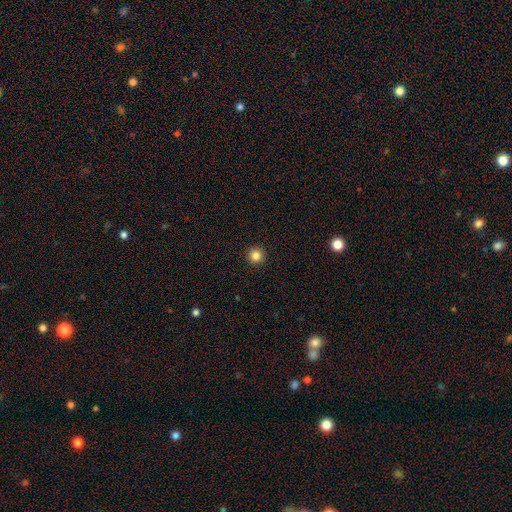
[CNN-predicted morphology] The model was most divided on "smooth or featured": smooth: 84%, star or artifact: 12%, featured or disk: 4%. More confident: how rounded — round (96%); merging — none (94%).